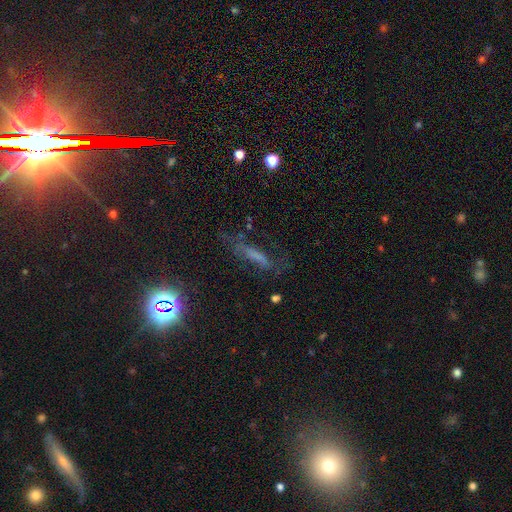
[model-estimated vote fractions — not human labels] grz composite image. It shows a smooth galaxy with no disk features (41%). Merging: none (58%).